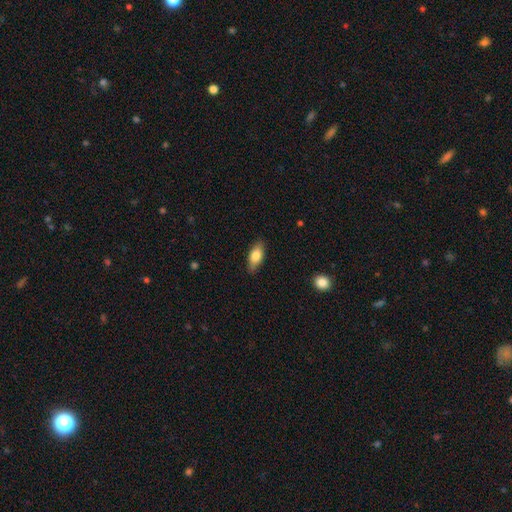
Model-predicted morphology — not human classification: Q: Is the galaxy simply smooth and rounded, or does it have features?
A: smooth — 78%.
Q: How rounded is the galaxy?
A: in between — 84%.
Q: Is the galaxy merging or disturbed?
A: none — 84%.